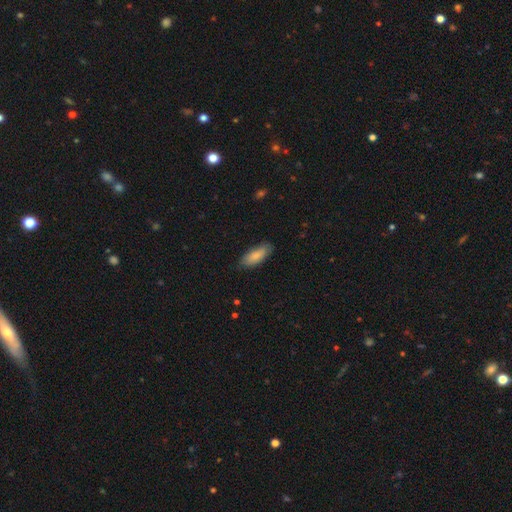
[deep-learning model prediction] Smooth or featured? Predicted: smooth (p=0.85). How rounded? Predicted: in between (p=0.73). Merging? Predicted: none (p=0.81).